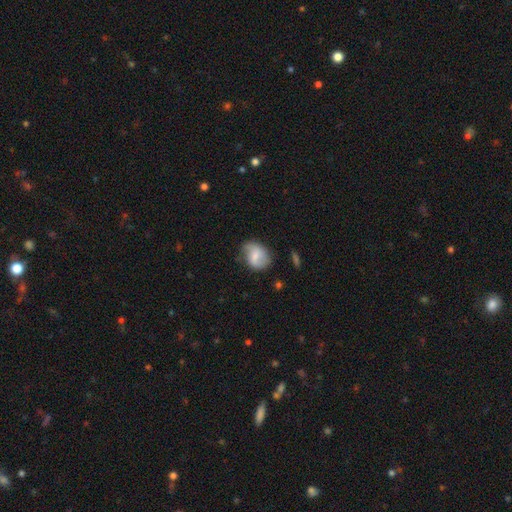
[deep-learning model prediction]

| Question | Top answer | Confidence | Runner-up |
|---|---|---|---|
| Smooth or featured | smooth | 58% | featured or disk (35%) |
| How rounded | in between | 57% | round (42%) |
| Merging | none | 62% | minor disturbance (28%) |